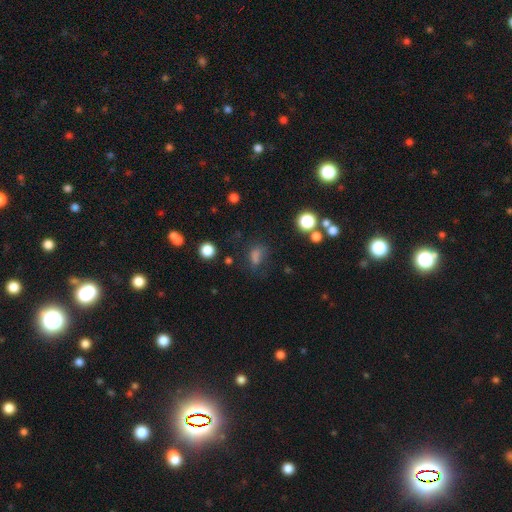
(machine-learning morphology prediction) The model was most divided on "smooth or featured": smooth: 63%, star or artifact: 27%, featured or disk: 10%. More confident: how rounded — in between (66%); merging — none (61%).